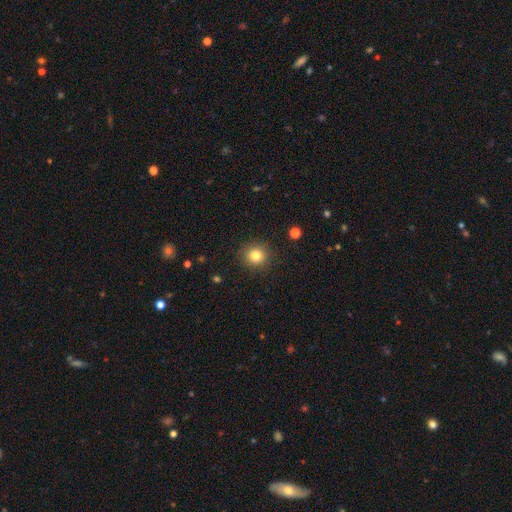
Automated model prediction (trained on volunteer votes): A smooth galaxy with no disk features (81%) that is round (91%). Merging: none (90%).